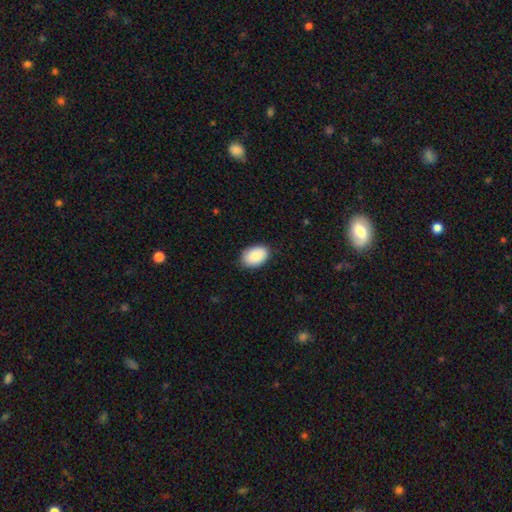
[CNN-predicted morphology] Smooth or featured? smooth (89%)
How rounded? in between (88%)
Merging? none (85%)